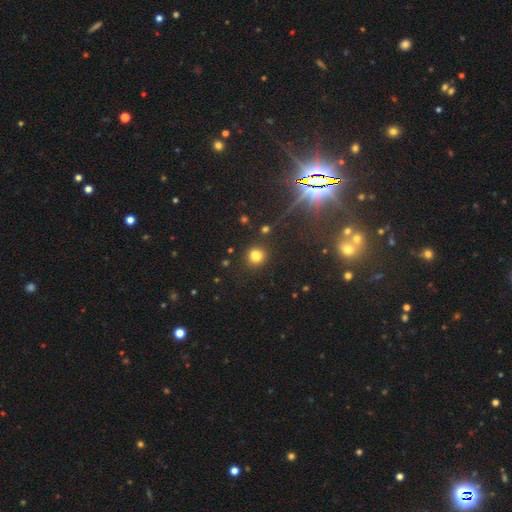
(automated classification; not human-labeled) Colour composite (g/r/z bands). It shows a smooth galaxy with no disk features (79%) that is round (89%). Merging: none (87%).